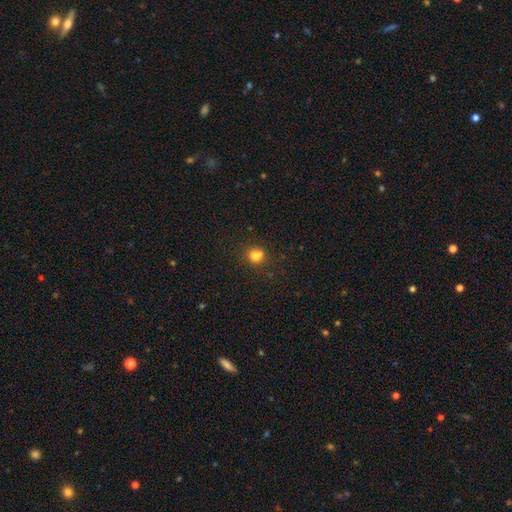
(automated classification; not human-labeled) The model was most divided on "merging": none: 47%, merger: 34%, minor disturbance: 13%, major disturbance: 5%. More confident: smooth or featured — smooth (74%); how rounded — round (71%).